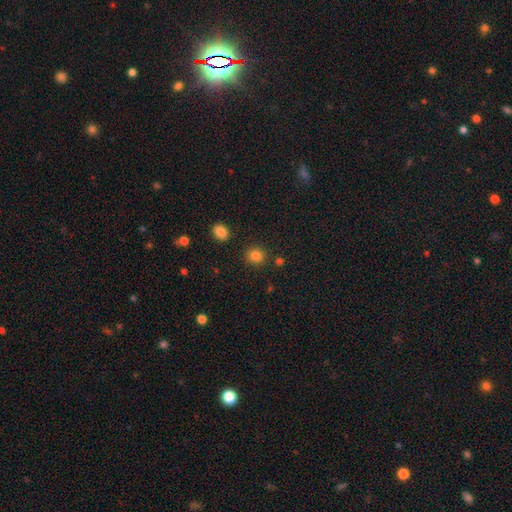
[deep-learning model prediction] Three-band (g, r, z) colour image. It shows a smooth galaxy with no disk features (84%) that is round (76%). Merging: none (85%).